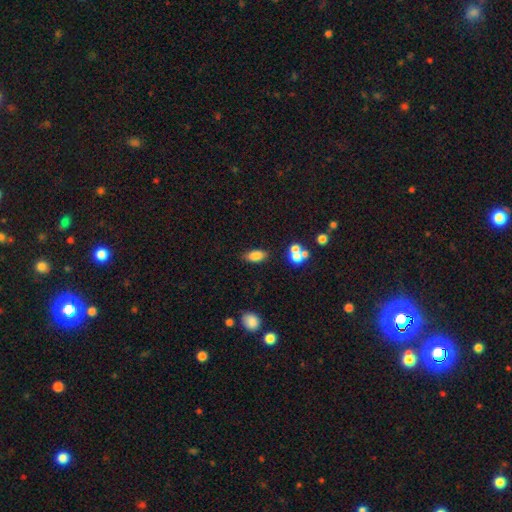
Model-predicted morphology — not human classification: Q: Smooth or featured?
A: smooth (81%); runner-up: star or artifact (10%)
Q: How rounded?
A: in between (86%); runner-up: cigar-shaped (8%)
Q: Merging?
A: none (74%); runner-up: minor disturbance (14%)